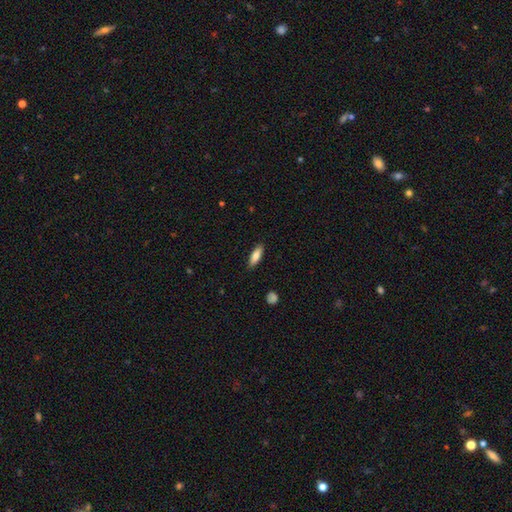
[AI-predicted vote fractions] Q: Smooth or featured?
A: smooth (80%); runner-up: featured or disk (14%)
Q: How rounded?
A: in between (60%); runner-up: cigar-shaped (38%)
Q: Merging?
A: none (88%); runner-up: minor disturbance (9%)